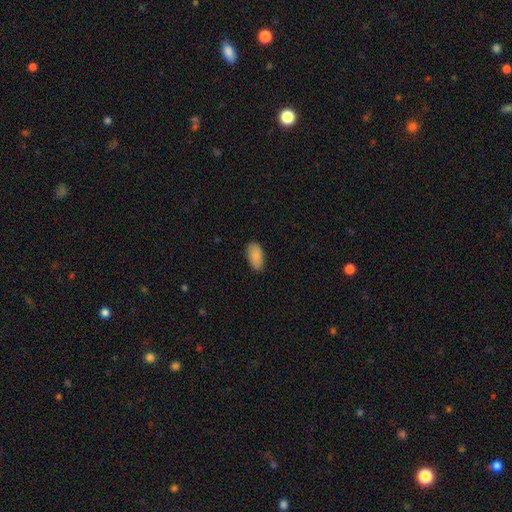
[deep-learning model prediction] Smooth or featured?
  - smooth: 89% *
  - star or artifact: 7%
  - featured or disk: 4%
How rounded?
  - in between: 94% *
  - cigar-shaped: 4%
  - round: 3%
Merging?
  - none: 86% *
  - minor disturbance: 11%
  - major disturbance: 2%
  - merger: 1%